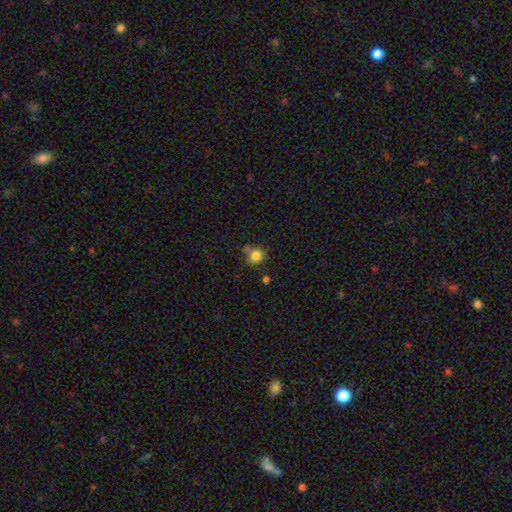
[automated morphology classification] Q: Smooth or featured?
A: smooth (81%); runner-up: star or artifact (11%)
Q: How rounded?
A: round (76%); runner-up: in between (23%)
Q: Merging?
A: none (63%); runner-up: minor disturbance (18%)